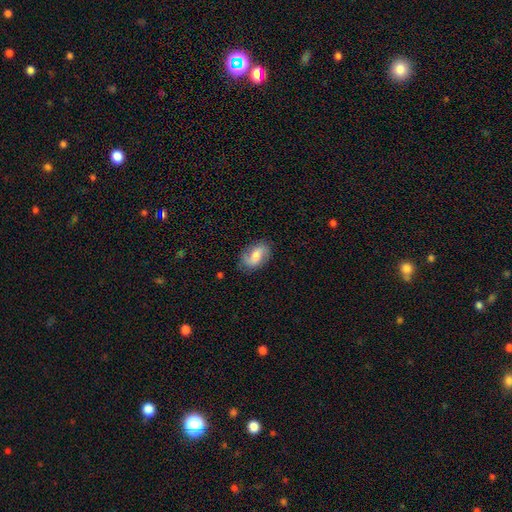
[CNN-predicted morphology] Smooth or featured: featured or disk — 53% (smooth — 40%)
Edge-on disk: no — 96% (yes — 4%)
Bar: weak — 44% (no — 40%)
Spiral arms: yes — 87% (no — 13%)
Bulge size: moderate — 50% (small — 31%)
Merging: none — 77% (minor disturbance — 17%)